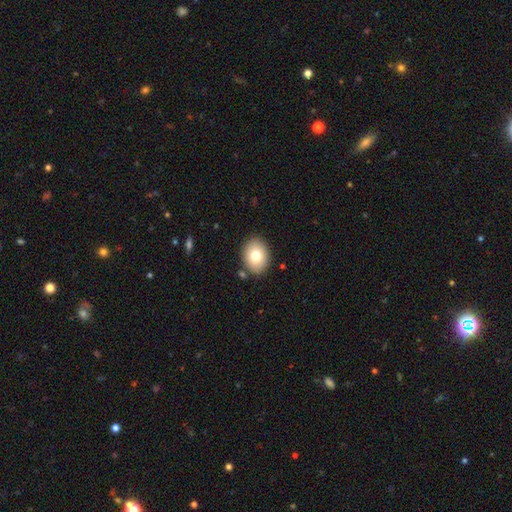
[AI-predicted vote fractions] Smooth or featured? Predicted: smooth (p=0.78). How rounded? Predicted: in between (p=0.61). Merging? Predicted: none (p=0.86).